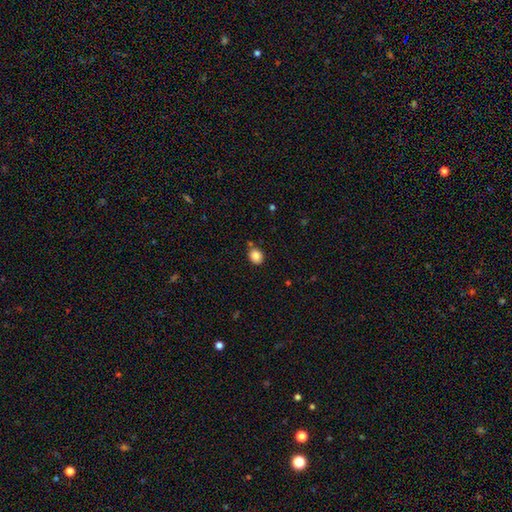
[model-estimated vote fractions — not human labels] A smooth galaxy with no disk features (86%) that is round (66%).

Vote fractions:
- Smooth or featured? smooth: 86% / star or artifact: 10% / featured or disk: 5%
- How rounded? round: 66% / in between: 33% / cigar-shaped: 1%
- Merging? none: 77% / minor disturbance: 13% / merger: 7% / major disturbance: 3%